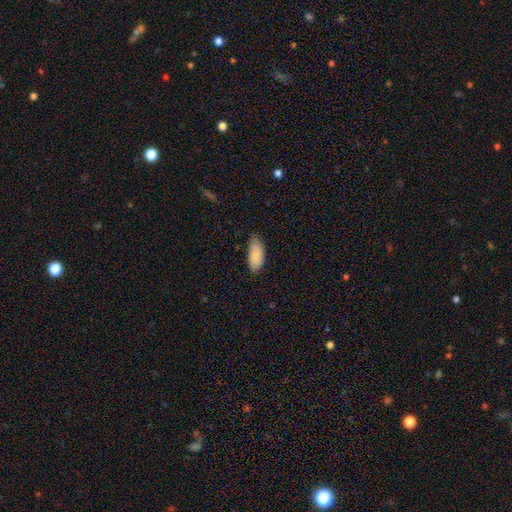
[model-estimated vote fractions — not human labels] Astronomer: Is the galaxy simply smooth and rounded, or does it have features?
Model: smooth — 86%.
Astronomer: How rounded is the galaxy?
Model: in between — 90%.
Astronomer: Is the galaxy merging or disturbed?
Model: none — 65%.